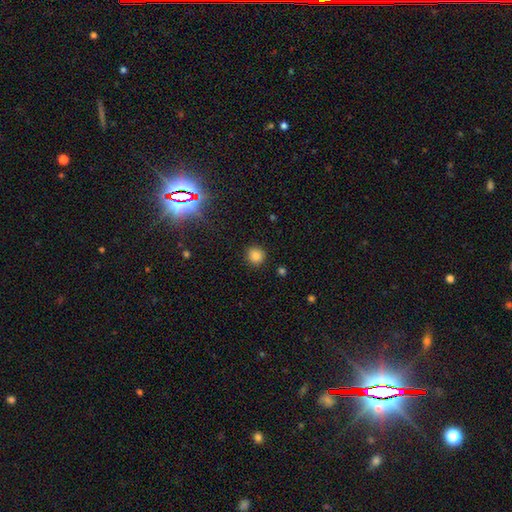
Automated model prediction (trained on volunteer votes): The model was most divided on "smooth or featured": smooth: 82%, star or artifact: 13%, featured or disk: 5%. More confident: how rounded — round (93%); merging — none (90%).